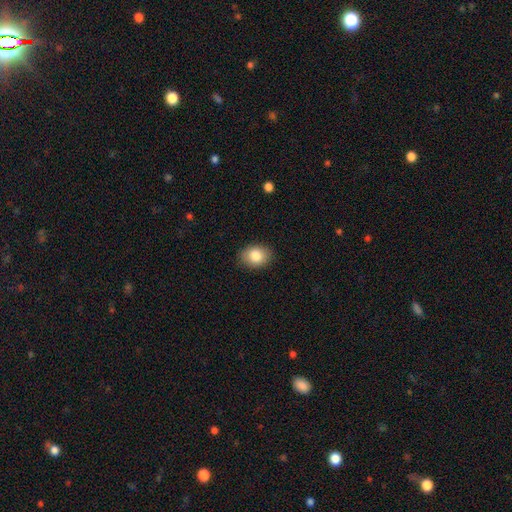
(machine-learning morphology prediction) smooth_or_featured: smooth (p=0.84) [alt: featured or disk p=0.09]
how_rounded: in between (p=0.65) [alt: round p=0.34]
merging: none (p=0.87) [alt: minor disturbance p=0.10]